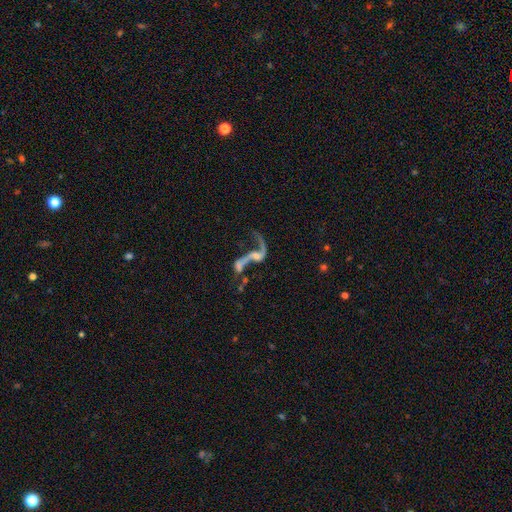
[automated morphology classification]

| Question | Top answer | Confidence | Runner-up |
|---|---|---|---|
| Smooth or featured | featured or disk | 79% | star or artifact (11%) |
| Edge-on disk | no | 93% | yes (7%) |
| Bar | no | 54% | weak (31%) |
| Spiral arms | yes | 78% | no (22%) |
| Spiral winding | loose | 93% | medium (5%) |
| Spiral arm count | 2 | 76% | 1 (18%) |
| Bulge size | small | 39% | none (33%) |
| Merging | merger | 31% | none (30%) |